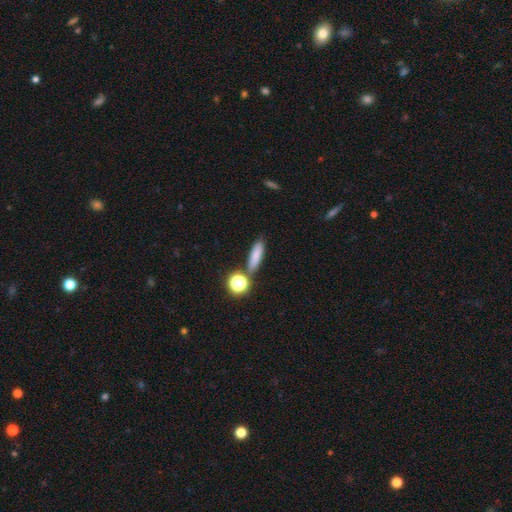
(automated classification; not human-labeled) Morphology: type=smooth (78%); roundness=cigar-shaped (54%); merging=none (77%).